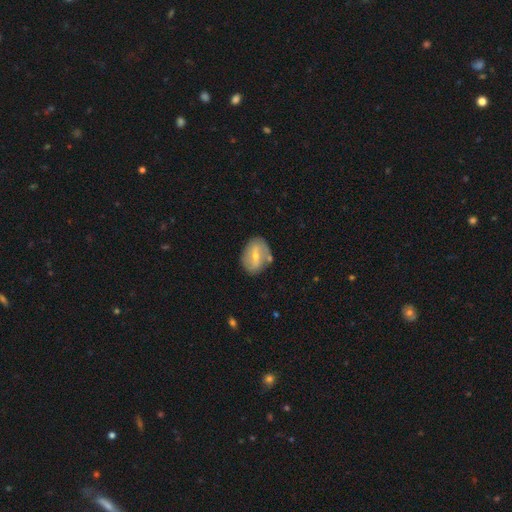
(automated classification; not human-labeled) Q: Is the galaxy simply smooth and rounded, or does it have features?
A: featured or disk — 54%.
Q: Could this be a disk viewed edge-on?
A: no — 94%.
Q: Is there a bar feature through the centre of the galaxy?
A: weak — 42%.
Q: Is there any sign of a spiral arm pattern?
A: yes — 53%.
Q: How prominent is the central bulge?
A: small — 55%.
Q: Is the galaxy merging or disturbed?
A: none — 69%.